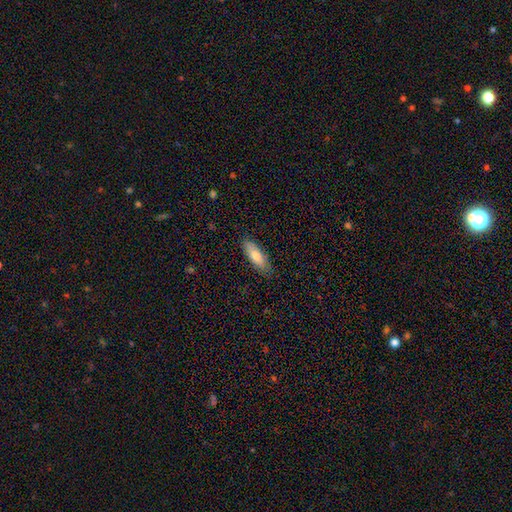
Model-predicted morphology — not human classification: The model was most divided on "how rounded": in between: 63%, cigar-shaped: 35%, round: 2%. More confident: merging — none (85%); smooth or featured — smooth (76%).